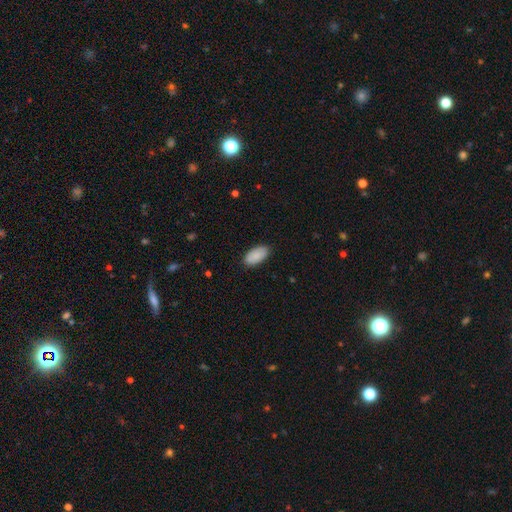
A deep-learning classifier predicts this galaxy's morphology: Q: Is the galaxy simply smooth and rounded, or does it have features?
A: smooth — 89%.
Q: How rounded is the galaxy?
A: in between — 95%.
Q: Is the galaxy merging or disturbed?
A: none — 87%.